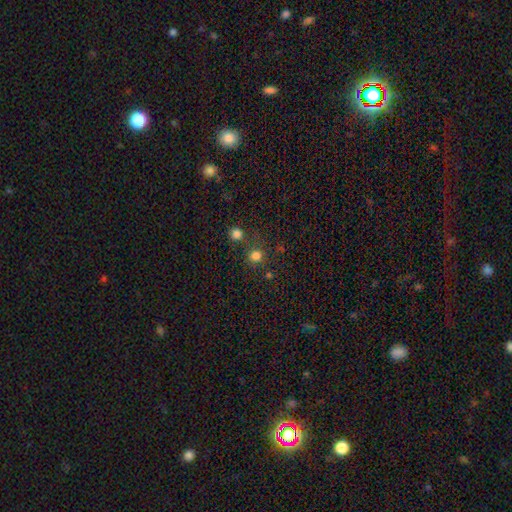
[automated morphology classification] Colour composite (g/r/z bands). It shows a smooth galaxy with no disk features (79%) that is round (91%). Merging: none (75%).